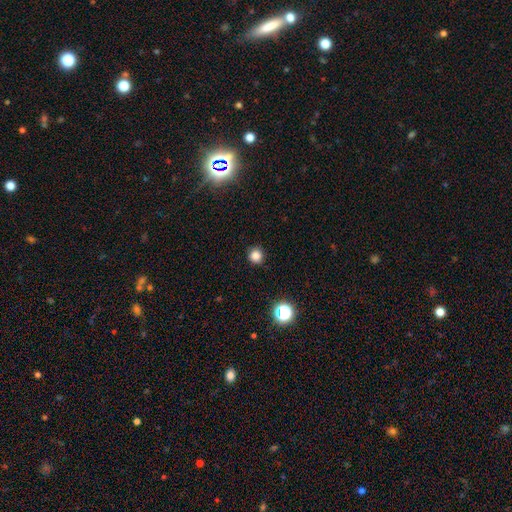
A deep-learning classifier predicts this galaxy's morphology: A smooth galaxy with no disk features (82%) that is round (93%). Merging: none (90%).